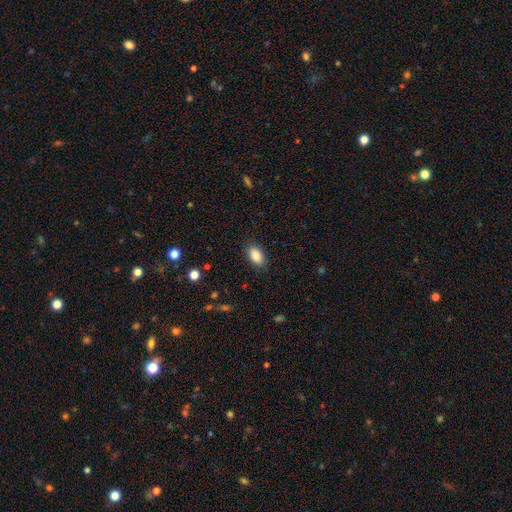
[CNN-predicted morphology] A smooth galaxy with no disk features (87%) that is in between round and cigar-shaped (92%). Merging: none (87%).